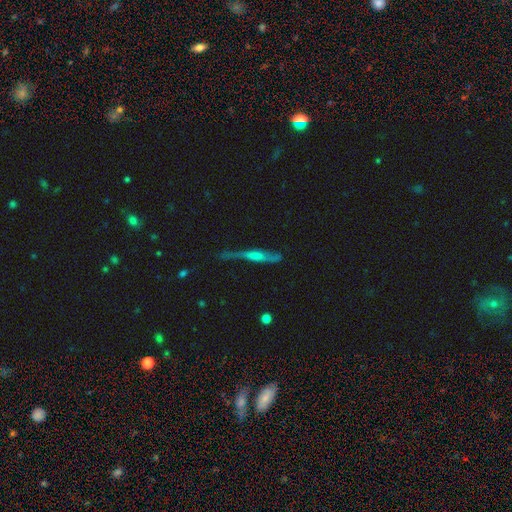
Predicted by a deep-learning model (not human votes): A featured or disk galaxy (63%) viewed edge-on (82%) with a rounded central bulge (53%).

Vote fractions:
- Smooth or featured? featured or disk: 63% / smooth: 26% / star or artifact: 11%
- Edge-on disk? yes: 82% / no: 18%
- Edge-on bulge? rounded: 53% / none: 28% / boxy: 19%
- Merging? none: 51% / minor disturbance: 28% / major disturbance: 17% / merger: 5%